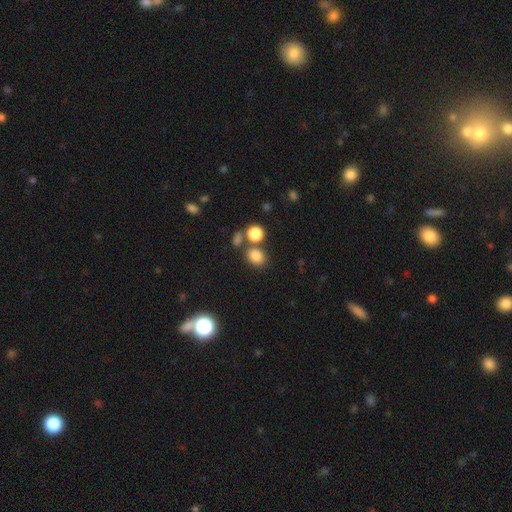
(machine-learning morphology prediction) smooth 81%, star or artifact 13%, featured or disk 6%. Down the decision tree: how rounded — round (57%); merging — none (64%).